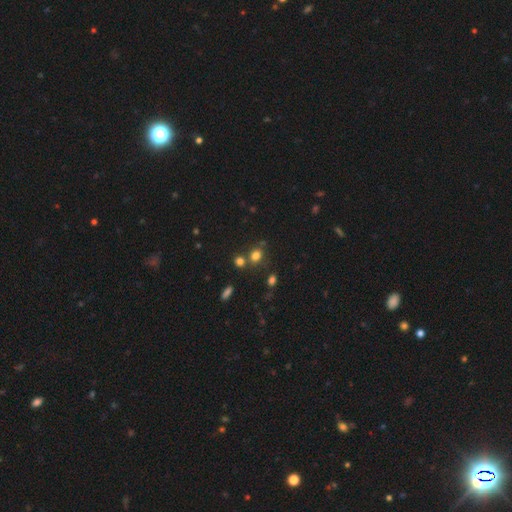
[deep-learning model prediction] The model was most divided on "how rounded": round: 65%, in between: 34%, cigar-shaped: 1%. More confident: smooth or featured — smooth (76%); merging — none (67%).